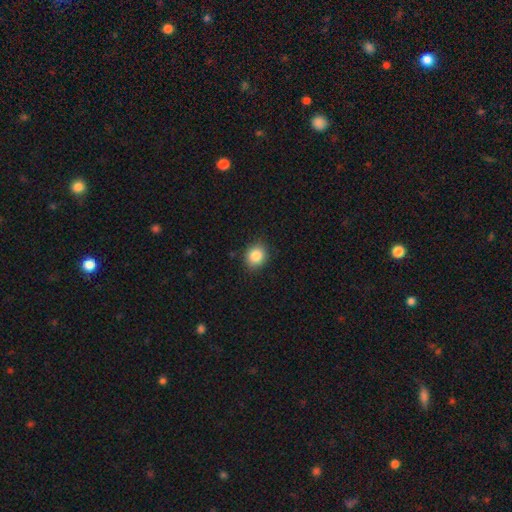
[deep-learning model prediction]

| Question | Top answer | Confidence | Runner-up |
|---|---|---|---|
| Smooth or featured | smooth | 85% | star or artifact (10%) |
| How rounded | round | 68% | in between (31%) |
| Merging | none | 87% | minor disturbance (9%) |